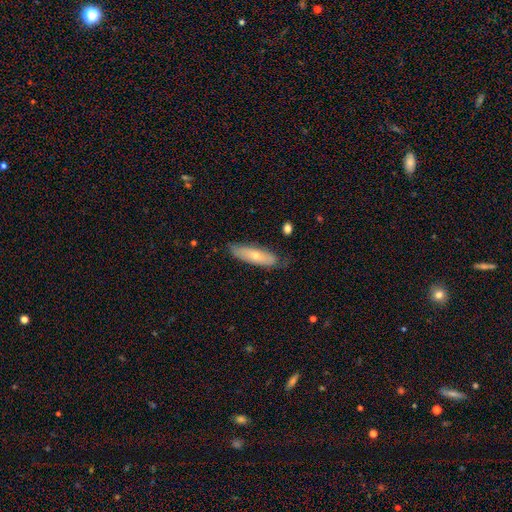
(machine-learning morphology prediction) smooth_or_featured: smooth (p=0.58) [alt: featured or disk p=0.36]
how_rounded: cigar-shaped (p=0.53) [alt: in between p=0.45]
merging: none (p=0.71) [alt: minor disturbance p=0.23]